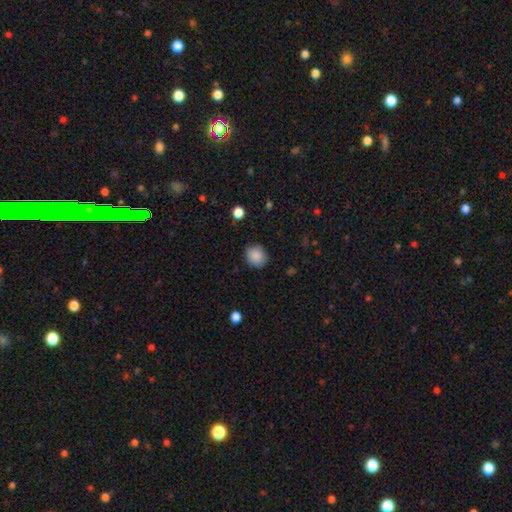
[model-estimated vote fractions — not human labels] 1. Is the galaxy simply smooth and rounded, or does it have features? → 87% smooth, 8% star or artifact, 5% featured or disk.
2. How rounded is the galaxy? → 73% round, 26% in between, 1% cigar-shaped.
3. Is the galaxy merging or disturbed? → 82% none, 13% minor disturbance, 3% major disturbance, 1% merger.